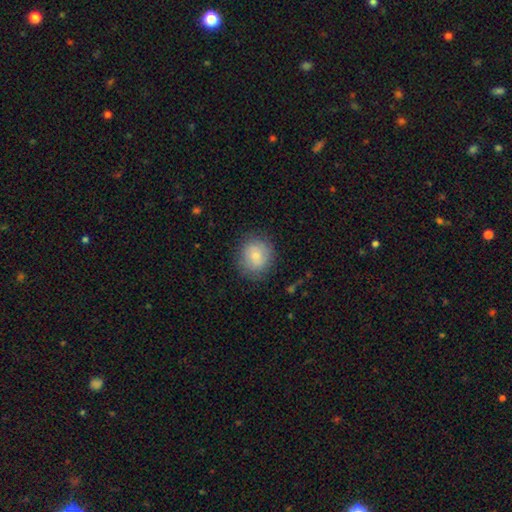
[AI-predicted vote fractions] smooth_or_featured: smooth (p=0.72) [alt: featured or disk p=0.21]
how_rounded: round (p=0.81) [alt: in between p=0.18]
merging: none (p=0.80) [alt: minor disturbance p=0.14]